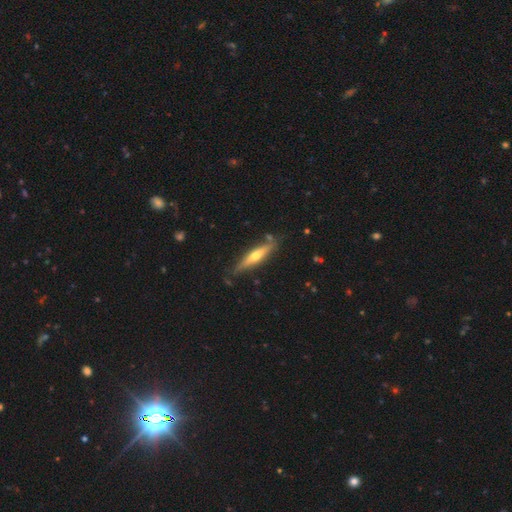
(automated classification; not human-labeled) Q: Smooth or featured?
A: featured or disk (57%); runner-up: smooth (38%)
Q: Edge-on disk?
A: yes (92%); runner-up: no (8%)
Q: Edge-on bulge?
A: rounded (87%); runner-up: none (9%)
Q: Merging?
A: none (78%); runner-up: minor disturbance (15%)